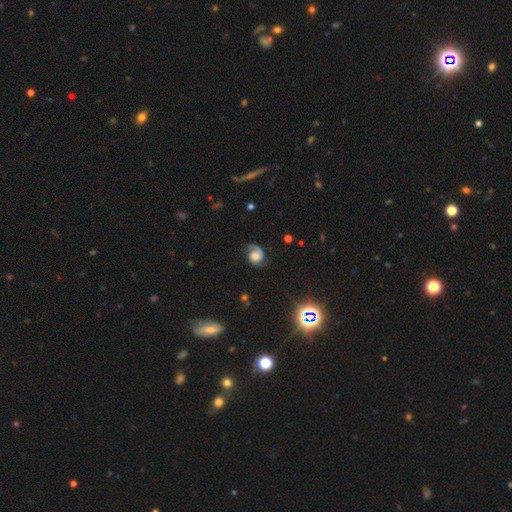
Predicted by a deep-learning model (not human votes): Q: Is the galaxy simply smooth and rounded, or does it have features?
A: featured or disk — 80%.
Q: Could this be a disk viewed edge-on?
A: no — 98%.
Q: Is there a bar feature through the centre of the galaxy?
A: no — 62%.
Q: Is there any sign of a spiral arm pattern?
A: yes — 97%.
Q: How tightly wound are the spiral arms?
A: medium — 51%.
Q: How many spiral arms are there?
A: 2 — 88%.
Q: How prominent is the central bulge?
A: moderate — 51%.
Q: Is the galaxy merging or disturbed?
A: none — 76%.